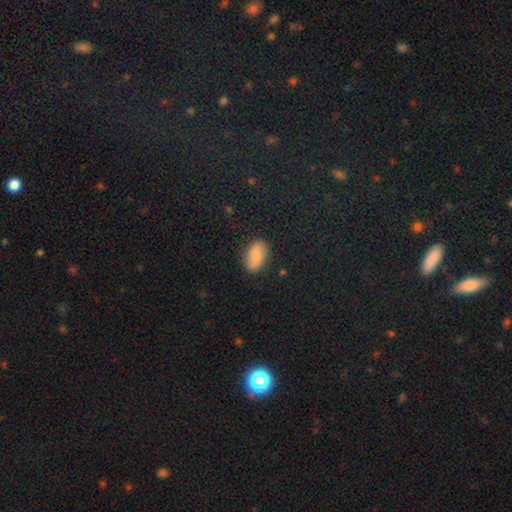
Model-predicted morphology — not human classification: This is likely a smooth galaxy (67%). How rounded: clearly in between (91%). Merging: clearly none (82%).